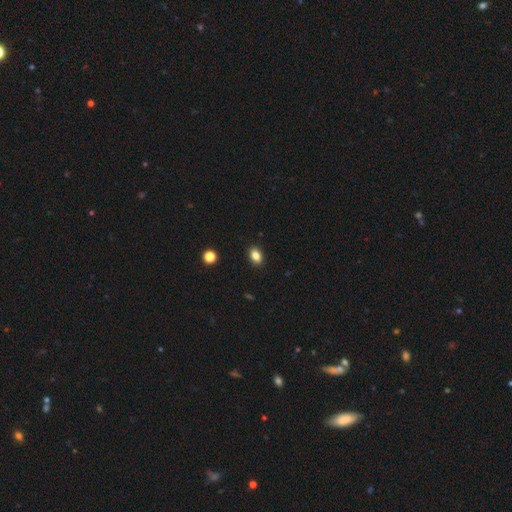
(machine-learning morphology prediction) Smooth or featured? Predicted: smooth (p=0.85). How rounded? Predicted: in between (p=0.76). Merging? Predicted: none (p=0.90).